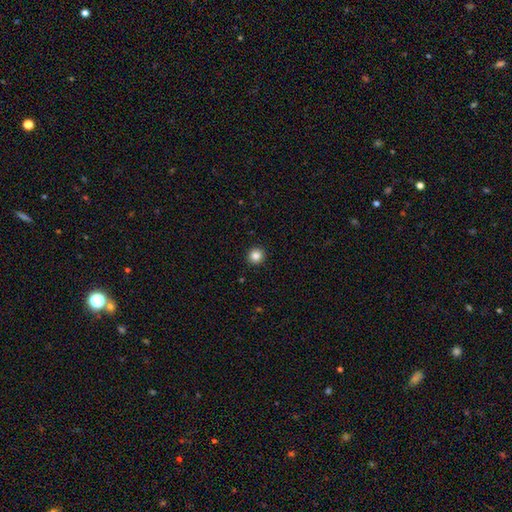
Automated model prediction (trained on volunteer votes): This is clearly a smooth galaxy (85%). How rounded: clearly round (94%). Merging: clearly none (93%).